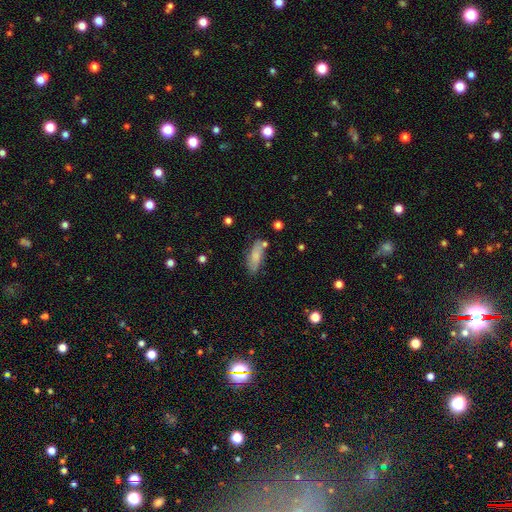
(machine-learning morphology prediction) Overall: smooth (75%). How rounded: in between (67%; cigar-shaped 31%). Merging: none (65%).